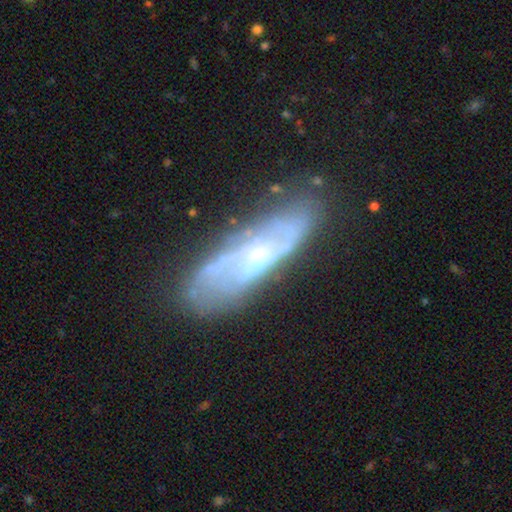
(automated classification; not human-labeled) Q: Smooth or featured?
A: featured or disk (74%); runner-up: smooth (19%)
Q: Edge-on disk?
A: no (74%); runner-up: yes (26%)
Q: Bar?
A: no (61%); runner-up: weak (31%)
Q: Spiral arms?
A: yes (76%); runner-up: no (24%)
Q: Bulge size?
A: small (64%); runner-up: moderate (26%)
Q: Merging?
A: none (73%); runner-up: minor disturbance (18%)